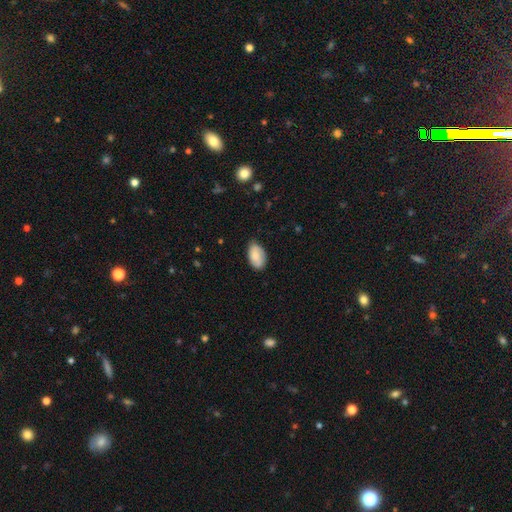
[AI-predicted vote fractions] This appears to be a smooth galaxy with no disk features (82%) that is in between round and cigar-shaped (94%). Merging: none (76%).